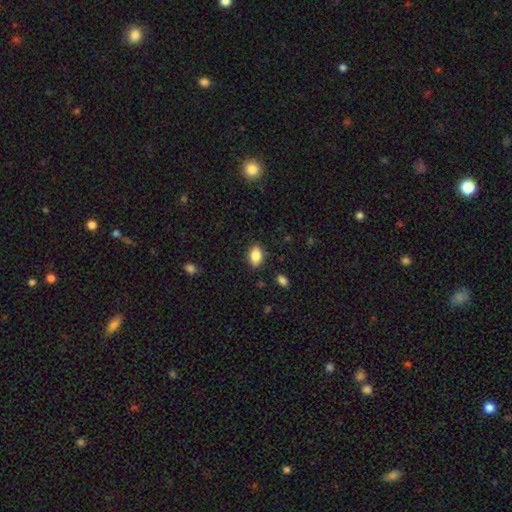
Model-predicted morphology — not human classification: A smooth galaxy with no disk features (85%) that is in between round and cigar-shaped (83%).

Vote fractions:
- Smooth or featured? smooth: 85% / star or artifact: 8% / featured or disk: 7%
- How rounded? in between: 83% / round: 16% / cigar-shaped: 2%
- Merging? none: 85% / minor disturbance: 11% / major disturbance: 3% / merger: 1%